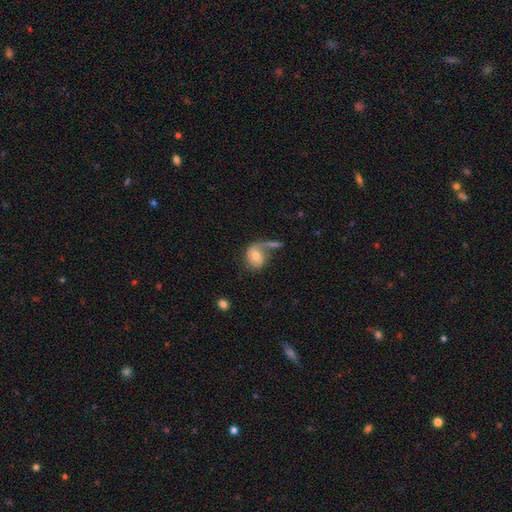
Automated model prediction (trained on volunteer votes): Smooth or featured?
  - smooth: 52% *
  - featured or disk: 41%
  - star or artifact: 7%
How rounded?
  - round: 55% *
  - in between: 44%
  - cigar-shaped: 2%
Merging?
  - none: 35% *
  - major disturbance: 25%
  - merger: 23%
  - minor disturbance: 17%